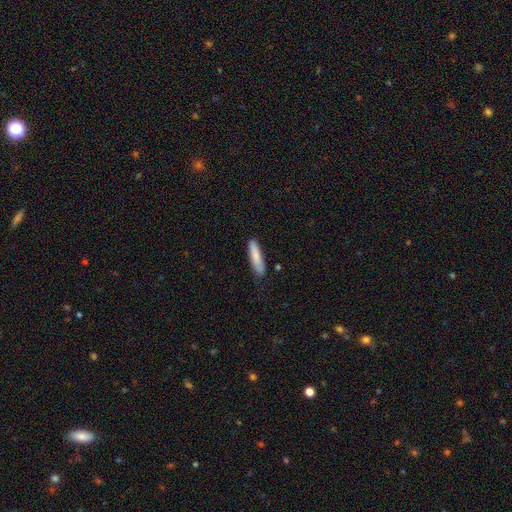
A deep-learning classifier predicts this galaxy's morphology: A smooth galaxy with no disk features (84%) that is cigar-shaped (79%). Merging: none (80%).